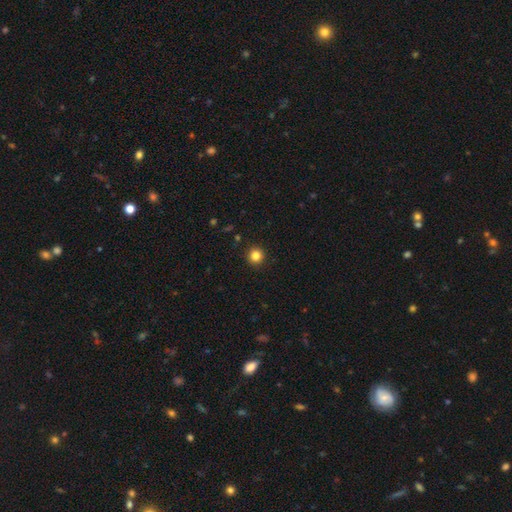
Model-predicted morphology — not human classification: smooth_or_featured: smooth (p=0.84) [alt: star or artifact p=0.12]
how_rounded: round (p=0.95) [alt: in between p=0.04]
merging: none (p=0.93) [alt: minor disturbance p=0.05]